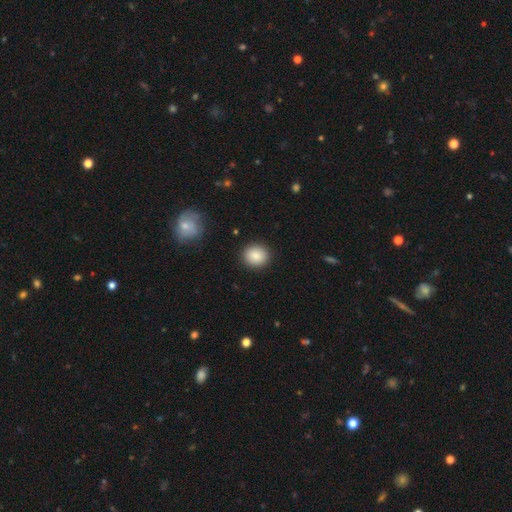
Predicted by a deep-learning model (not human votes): The model was most divided on "how rounded": round: 85%, in between: 14%, cigar-shaped: 1%. More confident: merging — none (91%); smooth or featured — smooth (88%).